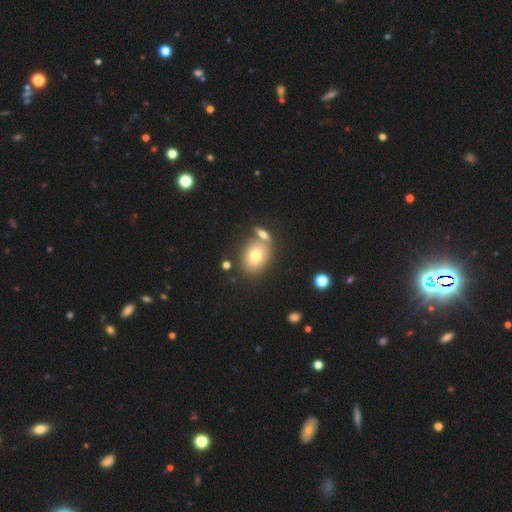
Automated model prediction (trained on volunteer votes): Morphology: type=smooth (74%); roundness=in between (63%); merging=none (61%).